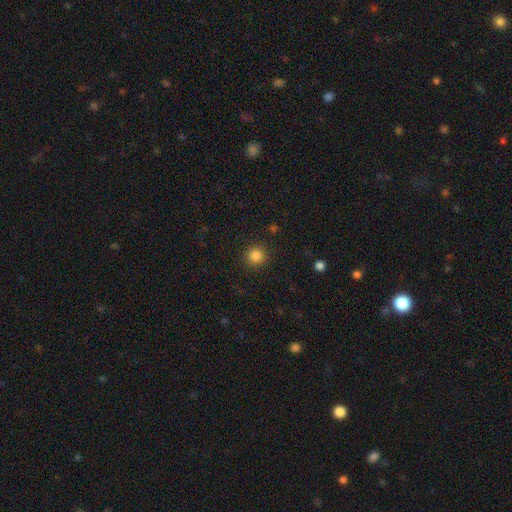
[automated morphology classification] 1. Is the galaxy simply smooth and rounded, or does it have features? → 85% smooth, 11% star or artifact, 4% featured or disk.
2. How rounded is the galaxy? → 94% round, 5% in between, 1% cigar-shaped.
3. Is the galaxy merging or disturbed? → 91% none, 6% minor disturbance, 2% major disturbance, 1% merger.